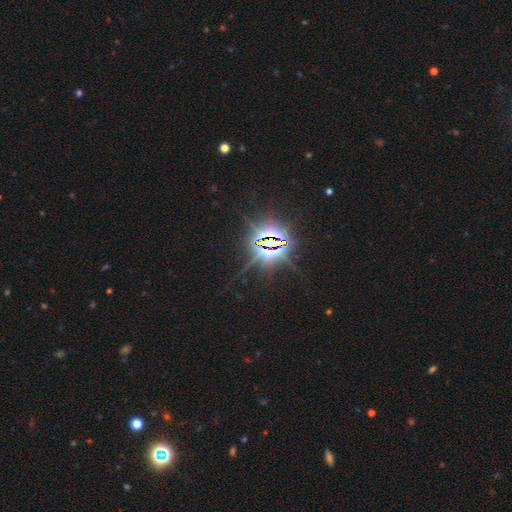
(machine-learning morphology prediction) This appears to be a star or artifact, not a galaxy (85%).